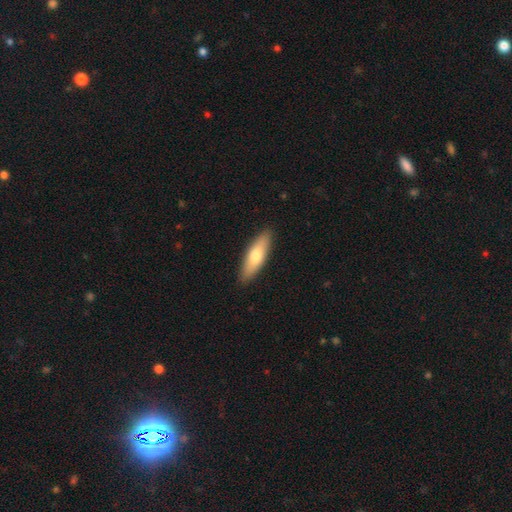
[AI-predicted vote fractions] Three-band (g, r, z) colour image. It shows a smooth galaxy with no disk features (68%) that is cigar-shaped (52%). Merging: none (89%).